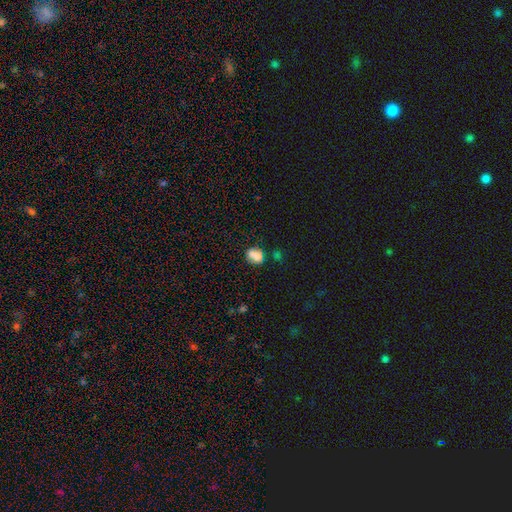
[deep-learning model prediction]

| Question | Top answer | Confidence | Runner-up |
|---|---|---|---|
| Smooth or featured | smooth | 73% | featured or disk (16%) |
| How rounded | round | 52% | in between (47%) |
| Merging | merger | 43% | none (36%) |